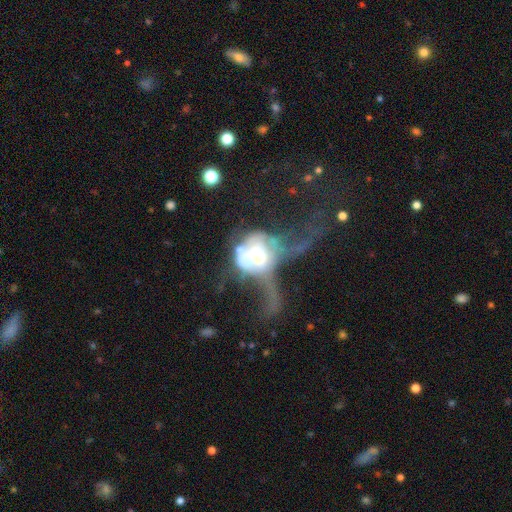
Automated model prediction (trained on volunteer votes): featured or disk 59%, smooth 31%, star or artifact 11%. Down the decision tree: edge-on disk — no (93%); bar — no (76%); spiral arms — no (73%); bulge size — moderate (44%); merging — major disturbance (52%).